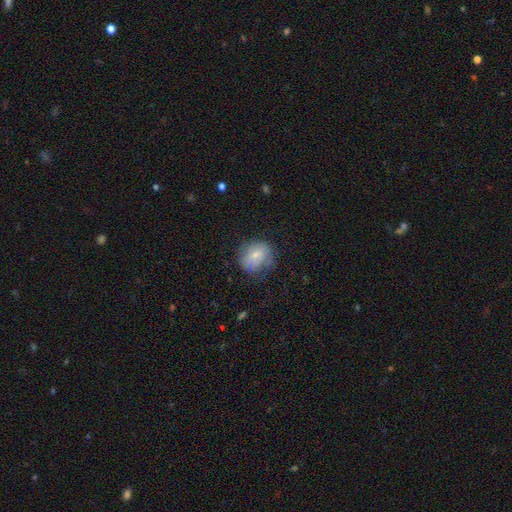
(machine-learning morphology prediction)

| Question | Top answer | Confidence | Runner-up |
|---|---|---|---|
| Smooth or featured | smooth | 67% | featured or disk (25%) |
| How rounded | round | 60% | in between (39%) |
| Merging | none | 65% | minor disturbance (24%) |